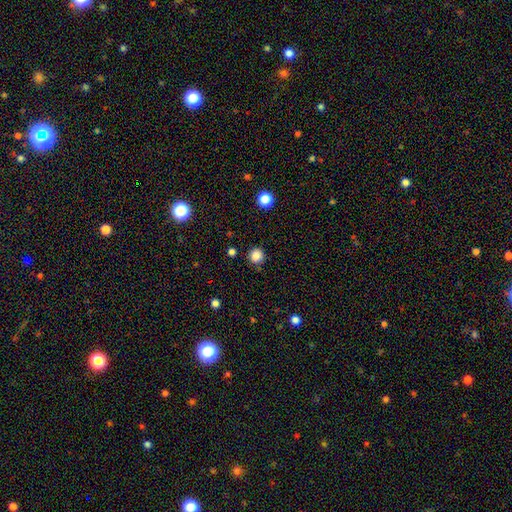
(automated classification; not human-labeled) A smooth galaxy with no disk features (84%) that is round (94%). Merging: none (88%).